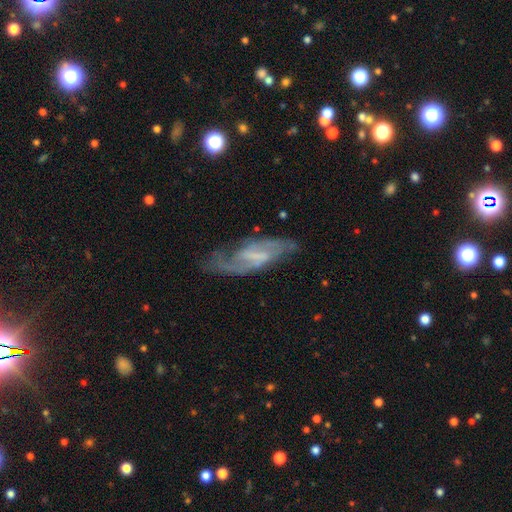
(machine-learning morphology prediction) smooth_or_featured: featured or disk (p=0.81) [alt: smooth p=0.13]
disk_edge_on: no (p=0.89) [alt: yes p=0.11]
bar: weak (p=0.43) [alt: strong p=0.39]
has_spiral_arms: yes (p=0.92) [alt: no p=0.08]
spiral_winding: medium (p=0.48) [alt: loose p=0.30]
spiral_arm_count: 2 (p=0.80) [alt: can't tell p=0.10]
bulge_size: none (p=0.48) [alt: small p=0.31]
merging: none (p=0.70) [alt: minor disturbance p=0.18]